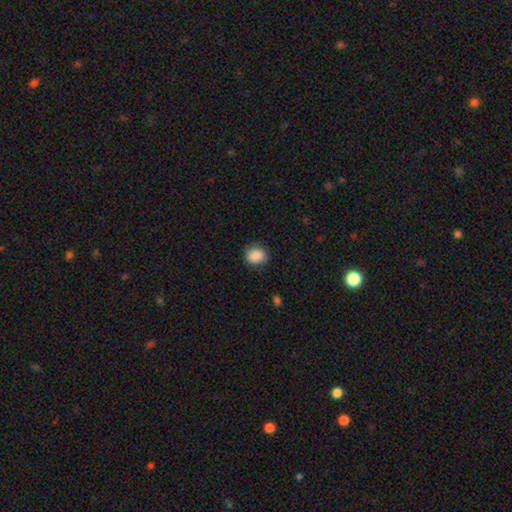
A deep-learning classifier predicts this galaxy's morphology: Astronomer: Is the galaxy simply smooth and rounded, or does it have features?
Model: smooth — 88%.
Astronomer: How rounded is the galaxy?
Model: round — 62%.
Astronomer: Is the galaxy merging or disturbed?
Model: none — 84%.